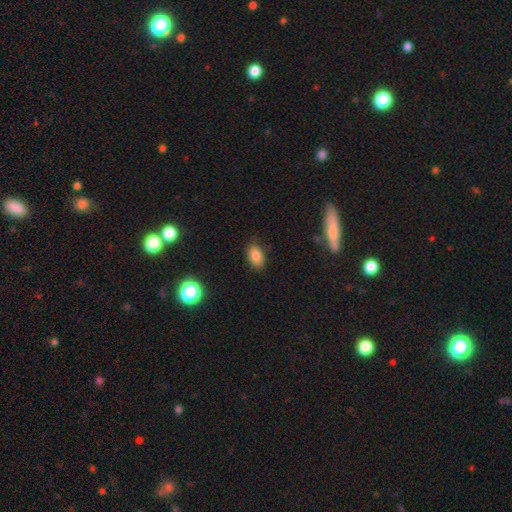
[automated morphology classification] Smooth or featured? smooth (83%)
How rounded? in between (88%)
Merging? none (84%)